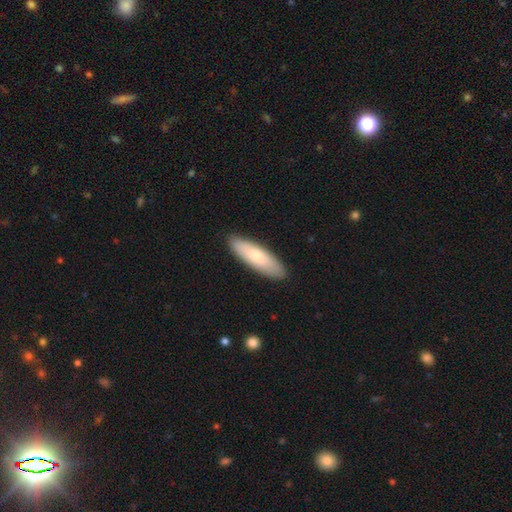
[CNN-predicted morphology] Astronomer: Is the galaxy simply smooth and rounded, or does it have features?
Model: smooth — 74%.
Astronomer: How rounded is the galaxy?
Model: cigar-shaped — 56% (runner-up: in between, 42%).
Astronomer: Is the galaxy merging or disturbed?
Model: none — 88%.